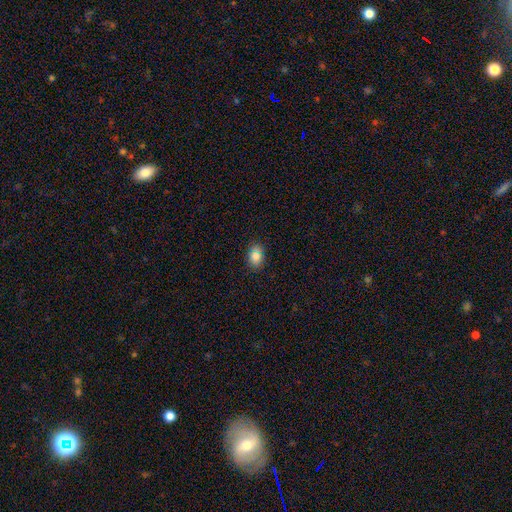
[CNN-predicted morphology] Overall: smooth (81%). How rounded: in between (68%; round 31%). Merging: none (84%).